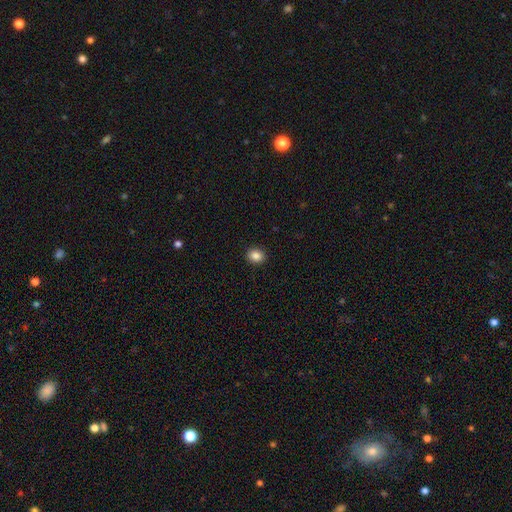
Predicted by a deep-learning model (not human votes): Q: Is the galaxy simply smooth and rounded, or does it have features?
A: smooth — 87%.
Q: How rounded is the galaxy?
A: round — 61%.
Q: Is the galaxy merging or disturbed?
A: none — 91%.